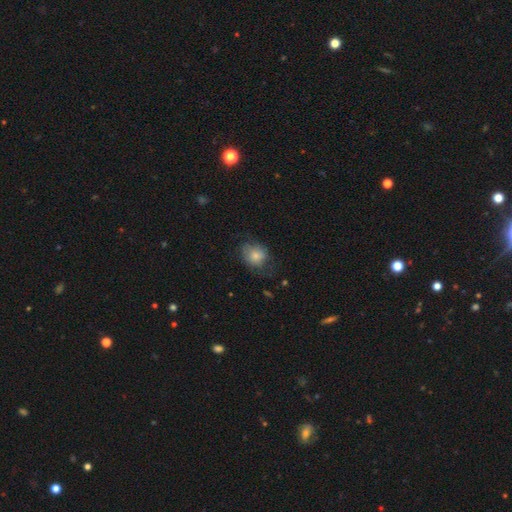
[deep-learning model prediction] The model was most divided on "how rounded": round: 62%, in between: 37%, cigar-shaped: 1%. More confident: smooth or featured — smooth (78%); merging — none (54%).